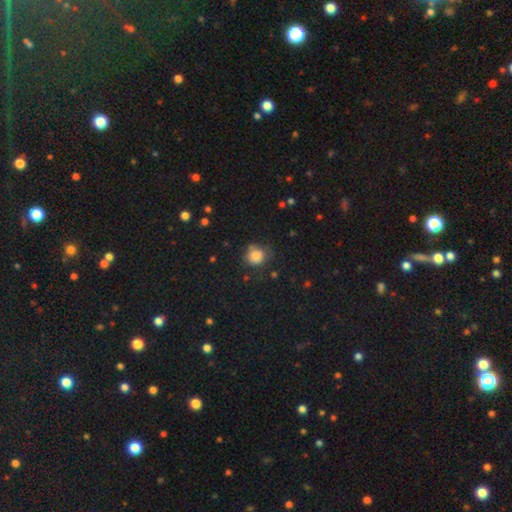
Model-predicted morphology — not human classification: A smooth galaxy with no disk features (83%) that is round (83%). Merging: none (66%).